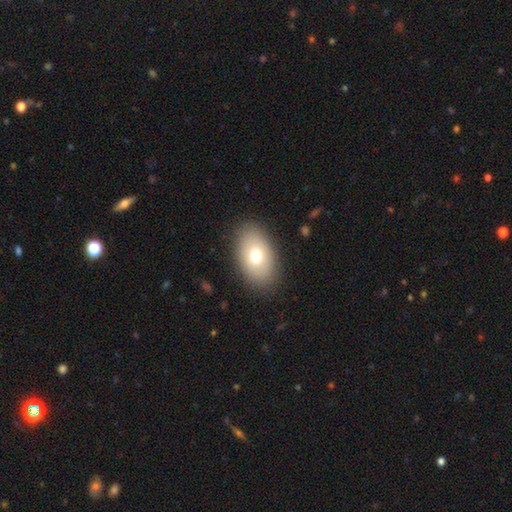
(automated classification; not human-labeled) Q: Smooth or featured?
A: smooth (74%); runner-up: featured or disk (18%)
Q: How rounded?
A: in between (91%); runner-up: round (8%)
Q: Merging?
A: none (86%); runner-up: minor disturbance (10%)